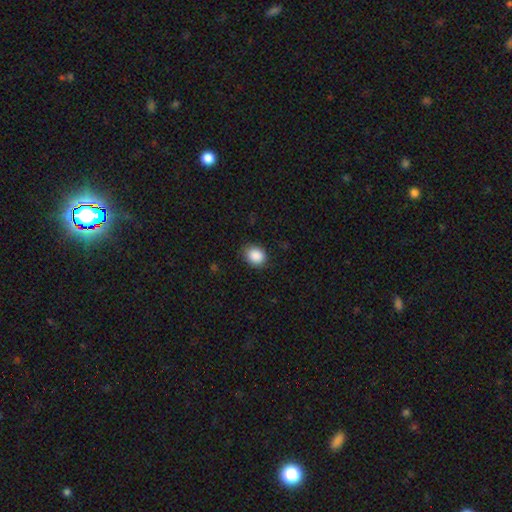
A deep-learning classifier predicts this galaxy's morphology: type=smooth (89%); roundness=round (63%); merging=none (83%).